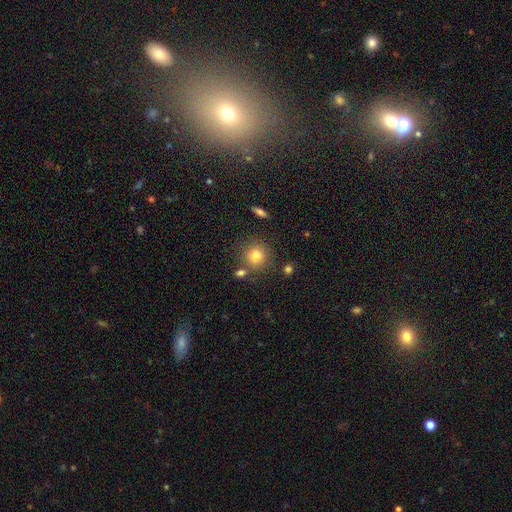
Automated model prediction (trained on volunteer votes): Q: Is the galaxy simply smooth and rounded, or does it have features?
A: smooth — 80%.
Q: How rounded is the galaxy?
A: round — 89%.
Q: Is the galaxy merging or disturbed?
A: none — 76%.